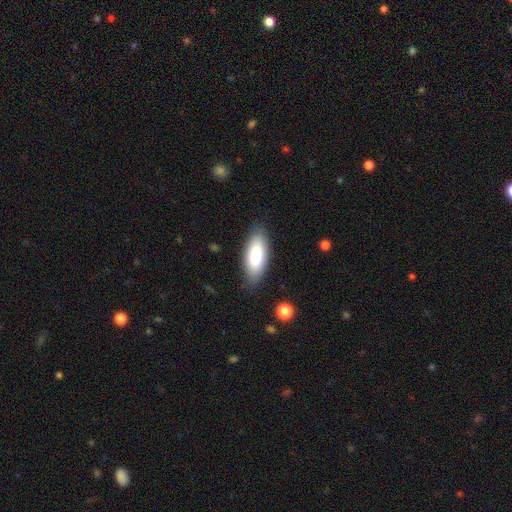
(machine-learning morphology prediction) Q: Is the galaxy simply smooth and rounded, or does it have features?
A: smooth — 85%.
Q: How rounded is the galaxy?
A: in between — 80%.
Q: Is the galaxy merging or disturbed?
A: none — 84%.